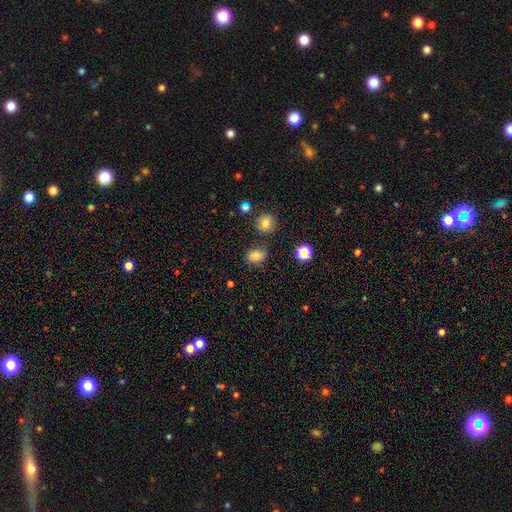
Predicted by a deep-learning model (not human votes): Overall: smooth (78%). How rounded: in between (61%; round 38%). Merging: none (75%).